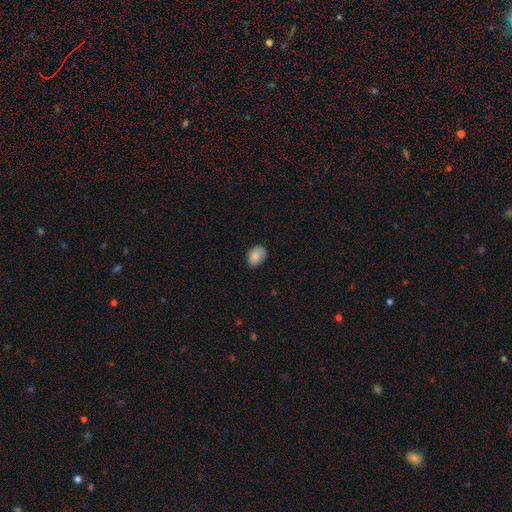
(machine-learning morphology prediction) Smooth or featured? Predicted: smooth (p=0.84). How rounded? Predicted: in between (p=0.77). Merging? Predicted: none (p=0.73).